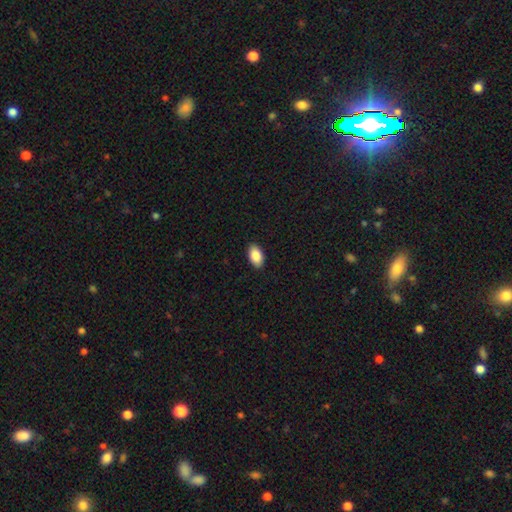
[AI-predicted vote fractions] Morphology: type=smooth (88%); roundness=in between (94%); merging=none (90%).